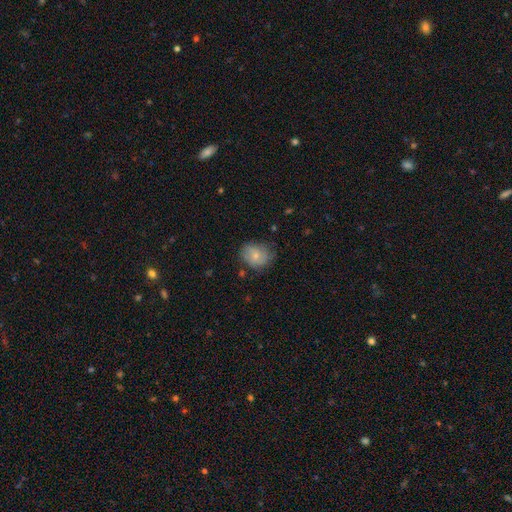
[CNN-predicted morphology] smooth-or-featured: smooth: 69% | featured or disk: 23% | star or artifact: 8%
  how-rounded: round: 56% | in between: 44% | cigar-shaped: 1%
  merging: none: 61% | minor disturbance: 29% | major disturbance: 8% | merger: 2%